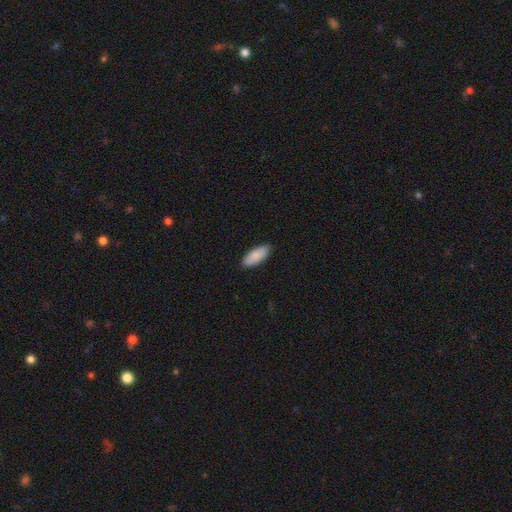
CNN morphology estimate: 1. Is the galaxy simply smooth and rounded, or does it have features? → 89% smooth, 6% featured or disk, 5% star or artifact.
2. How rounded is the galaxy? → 82% in between, 17% cigar-shaped, 2% round.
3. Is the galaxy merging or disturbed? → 88% none, 9% minor disturbance, 2% major disturbance, 1% merger.